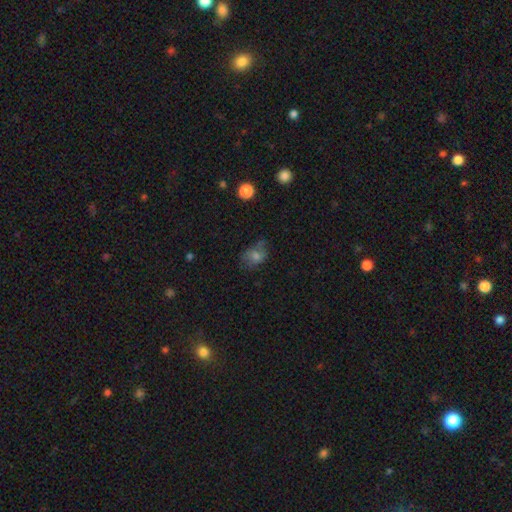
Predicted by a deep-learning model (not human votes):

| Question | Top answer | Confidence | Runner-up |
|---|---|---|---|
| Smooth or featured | smooth | 60% | featured or disk (23%) |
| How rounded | in between | 65% | round (34%) |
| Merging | none | 52% | minor disturbance (27%) |